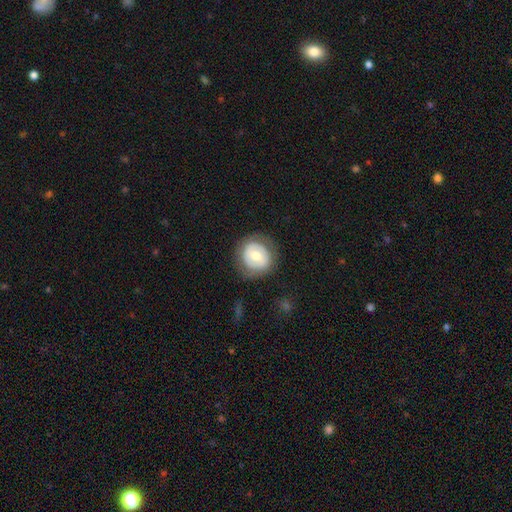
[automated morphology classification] Smooth or featured: smooth — 51% (featured or disk — 42%)
How rounded: round — 81% (in between — 18%)
Merging: none — 77% (minor disturbance — 15%)